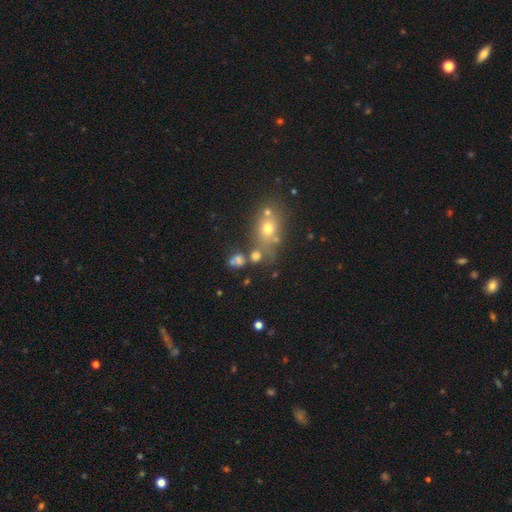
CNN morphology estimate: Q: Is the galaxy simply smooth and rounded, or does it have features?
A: smooth — 65%.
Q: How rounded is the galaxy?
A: round — 56%.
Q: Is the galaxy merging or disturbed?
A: none — 51%.